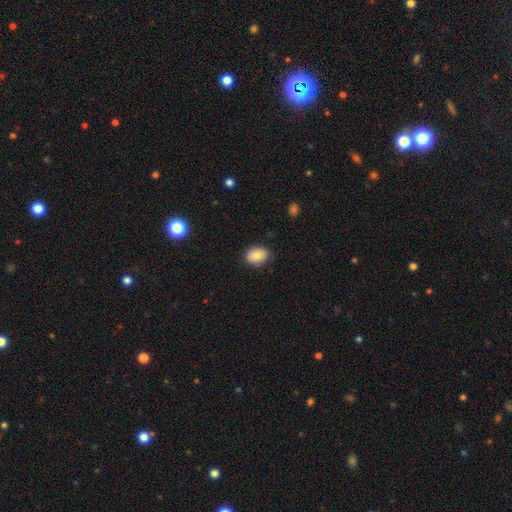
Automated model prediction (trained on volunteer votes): This appears to be a smooth galaxy with no disk features (82%) that is in between round and cigar-shaped (76%). Merging: none (83%).